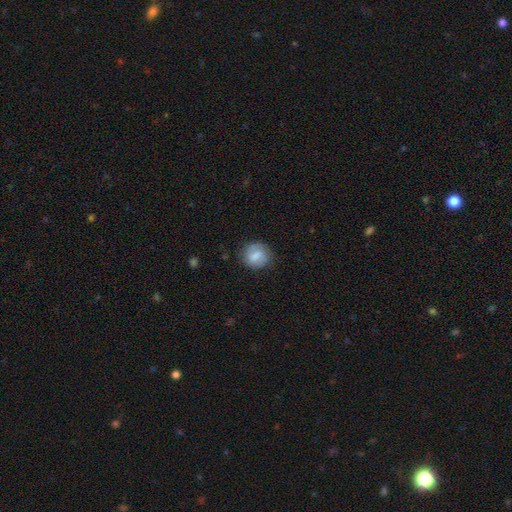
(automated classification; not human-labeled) Overall: smooth (66%). How rounded: round (81%). Merging: none (78%).